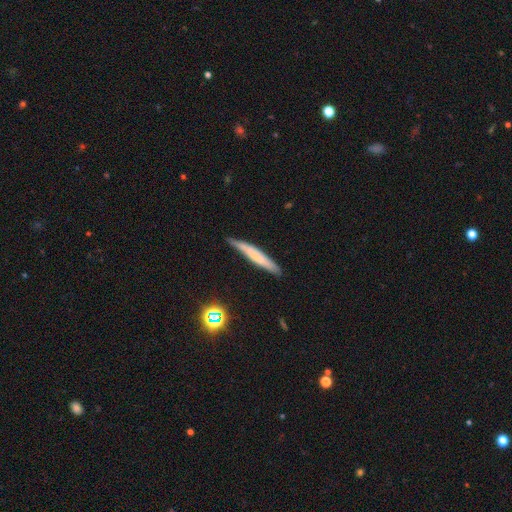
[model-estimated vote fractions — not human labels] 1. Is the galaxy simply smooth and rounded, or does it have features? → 52% smooth, 39% featured or disk, 8% star or artifact.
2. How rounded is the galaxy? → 94% cigar-shaped, 5% in between, 1% round.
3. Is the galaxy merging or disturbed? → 79% none, 17% minor disturbance, 3% major disturbance, 2% merger.